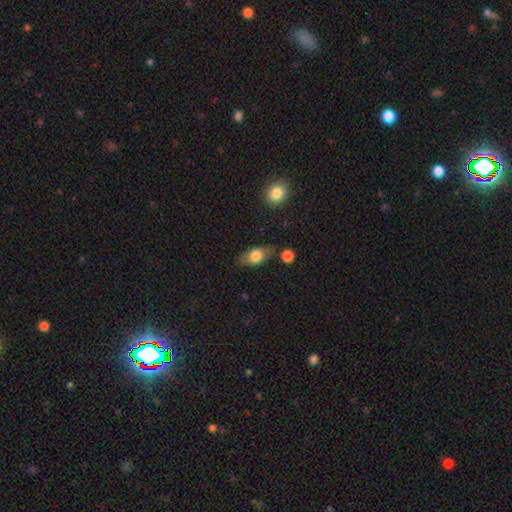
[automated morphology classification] Smooth or featured? smooth (69%)
How rounded? in between (79%)
Merging? none (68%)